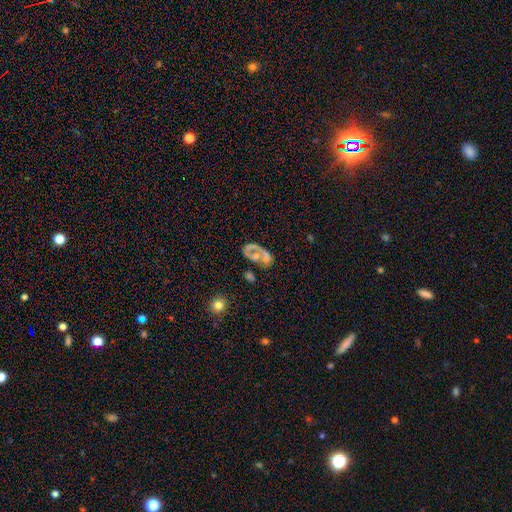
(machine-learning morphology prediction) The model was most divided on "bulge size": moderate: 35%, none: 31%, small: 25%, large: 7%, dominant: 3%. Remaining: edge-on disk — no (96%); bar — no (87%); spiral arms — no (72%); smooth or featured — featured or disk (57%); merging — none (36%).